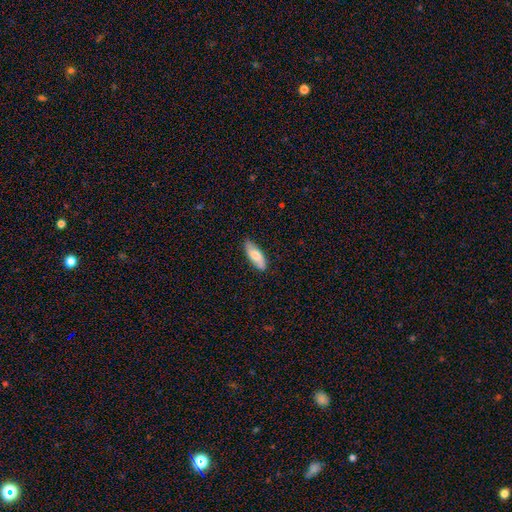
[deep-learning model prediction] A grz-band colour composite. It shows a smooth galaxy with no disk features (69%) that is in between round and cigar-shaped (66%). Merging: none (84%).